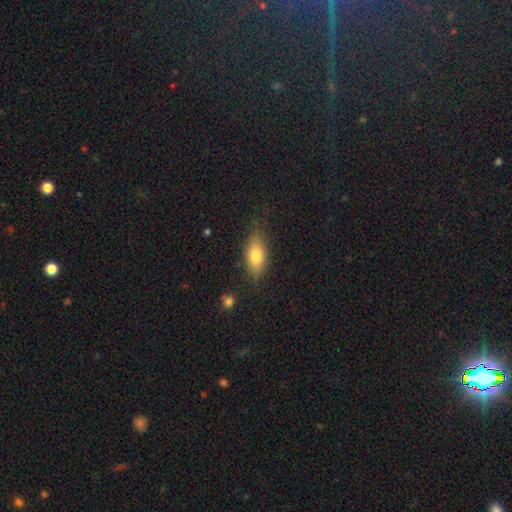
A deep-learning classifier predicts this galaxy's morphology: smooth-or-featured: smooth: 75% | featured or disk: 18% | star or artifact: 8%
  how-rounded: in between: 81% | cigar-shaped: 14% | round: 5%
  merging: none: 78% | minor disturbance: 16% | major disturbance: 4% | merger: 2%